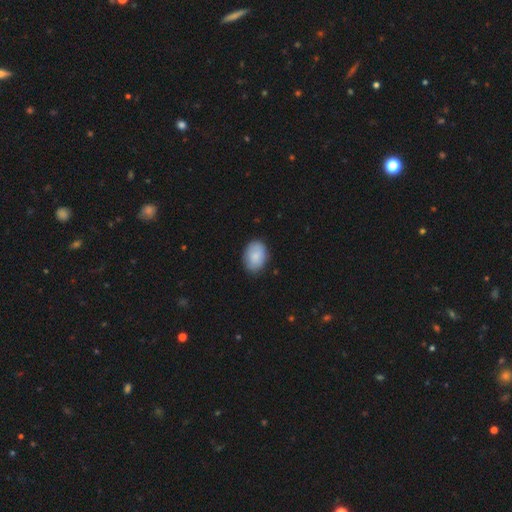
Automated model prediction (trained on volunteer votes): This appears to be a smooth galaxy with no disk features (86%) that is in between round and cigar-shaped (81%). Merging: none (82%).